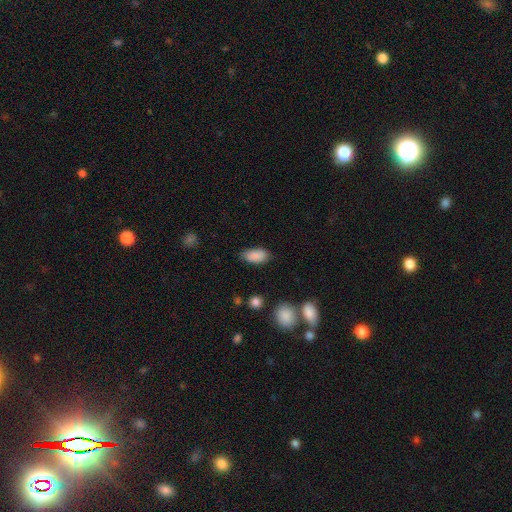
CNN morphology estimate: Smooth or featured: smooth — 88% (star or artifact — 7%)
How rounded: in between — 93% (cigar-shaped — 4%)
Merging: none — 77% (minor disturbance — 17%)